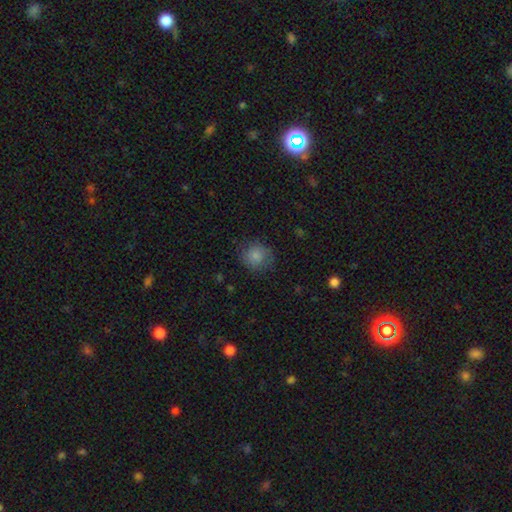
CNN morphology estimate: Q: Smooth or featured?
A: smooth (84%); runner-up: star or artifact (9%)
Q: How rounded?
A: round (87%); runner-up: in between (12%)
Q: Merging?
A: none (78%); runner-up: minor disturbance (15%)